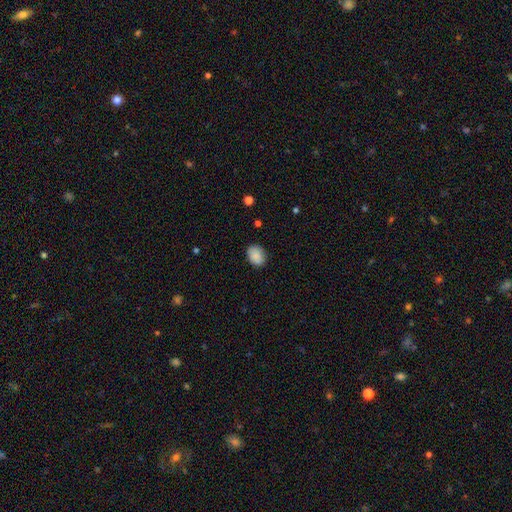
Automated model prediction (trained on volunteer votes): Morphology: type=smooth (88%); roundness=in between (62%); merging=none (85%).